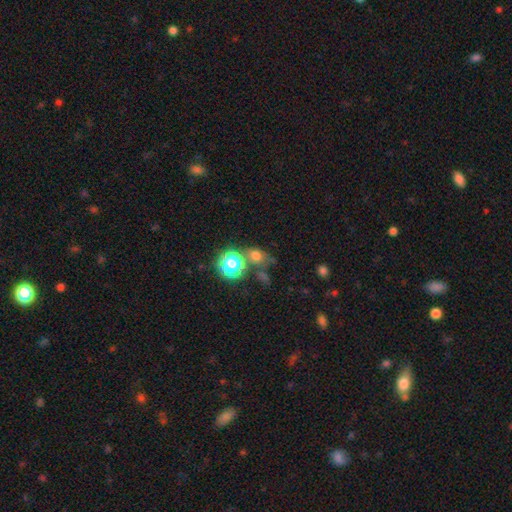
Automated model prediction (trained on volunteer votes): The model was most divided on "how rounded": round: 64%, in between: 35%, cigar-shaped: 2%. More confident: smooth or featured — smooth (63%); merging — none (56%).